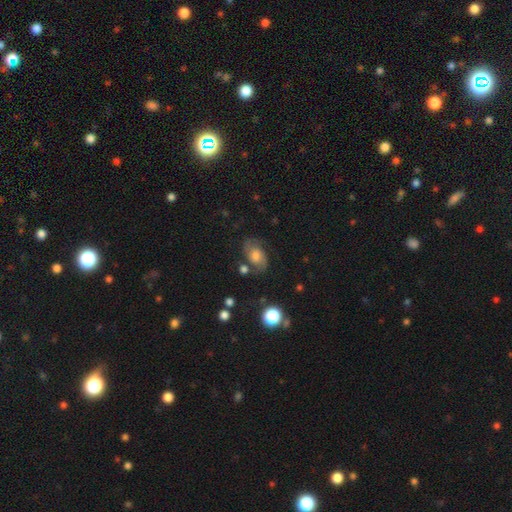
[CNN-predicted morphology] This appears to be a featured or disk galaxy (62%) with no bar (61%), 2 (89%) medium (51%) spiral arms (88%) and a moderate central bulge (49%). Merging: none (69%).